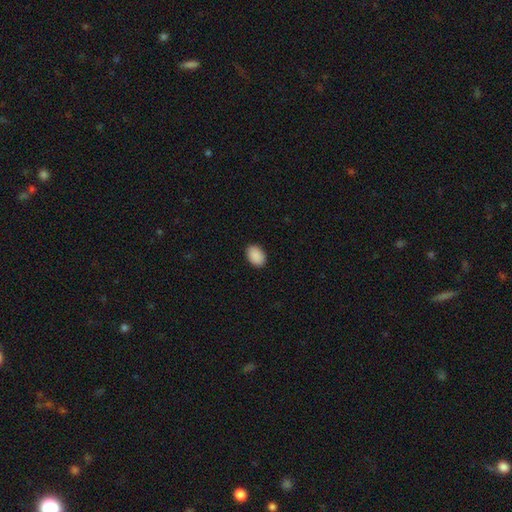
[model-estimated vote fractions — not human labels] smooth 91%, star or artifact 7%, featured or disk 2%. Down the decision tree: how rounded — in between (84%); merging — none (90%).